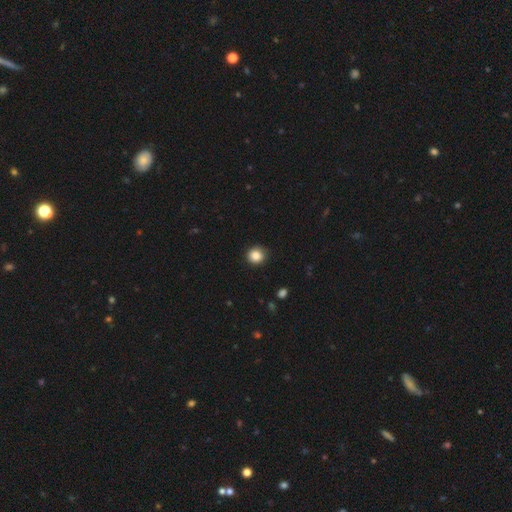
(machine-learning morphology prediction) A smooth galaxy with no disk features (87%) that is round (88%).

Vote fractions:
- Smooth or featured? smooth: 87% / star or artifact: 10% / featured or disk: 3%
- How rounded? round: 88% / in between: 11% / cigar-shaped: 1%
- Merging? none: 88% / minor disturbance: 9% / major disturbance: 2% / merger: 1%